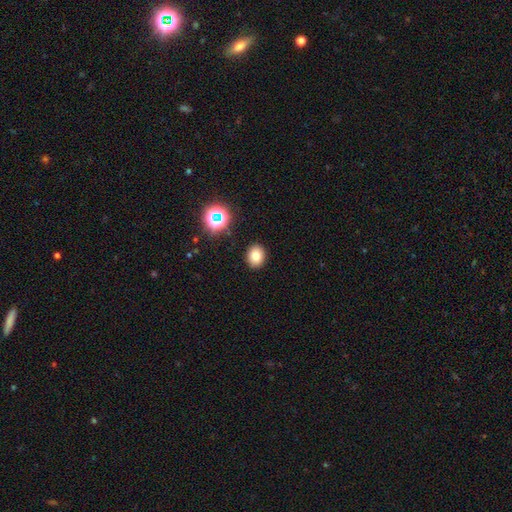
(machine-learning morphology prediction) This is likely a smooth galaxy (78%). How rounded: possibly in between (51%). Merging: clearly none (89%).